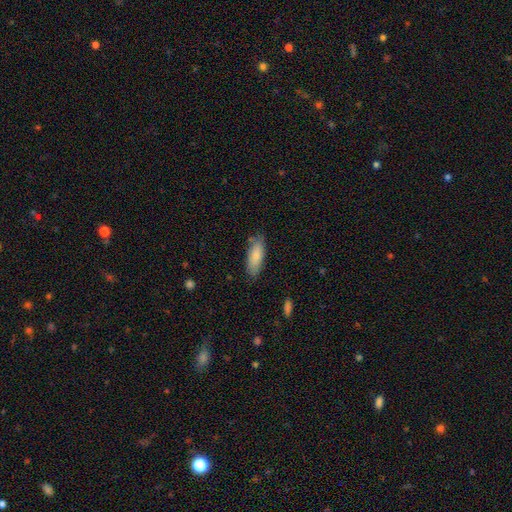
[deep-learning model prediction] Smooth or featured? Predicted: smooth (p=0.84). How rounded? Predicted: in between (p=0.72). Merging? Predicted: none (p=0.77).